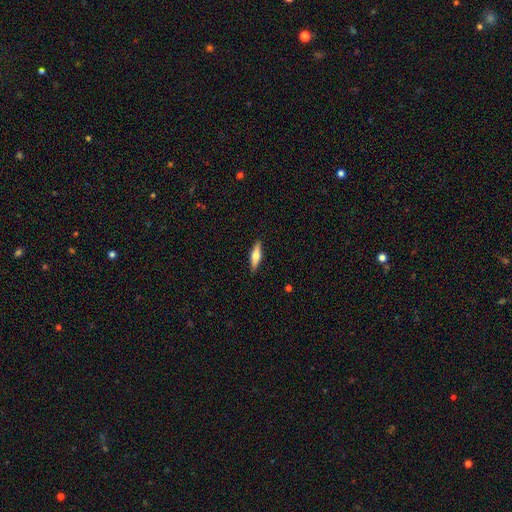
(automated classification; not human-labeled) This is possibly a smooth galaxy (51%). How rounded: likely cigar-shaped (67%). Merging: clearly none (90%).